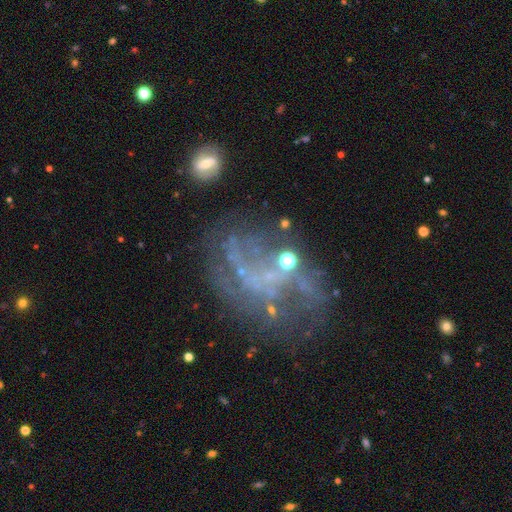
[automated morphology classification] Smooth or featured?
  - featured or disk: 67% *
  - star or artifact: 19%
  - smooth: 14%
Edge-on disk?
  - no: 98% *
  - yes: 2%
Bar?
  - no: 74% *
  - weak: 20%
  - strong: 6%
Spiral arms?
  - no: 56% *
  - yes: 44%
Bulge size?
  - none: 62% *
  - small: 28%
  - moderate: 7%
  - large: 1%
  - dominant: 1%
Merging?
  - none: 41% *
  - major disturbance: 32%
  - minor disturbance: 18%
  - merger: 9%